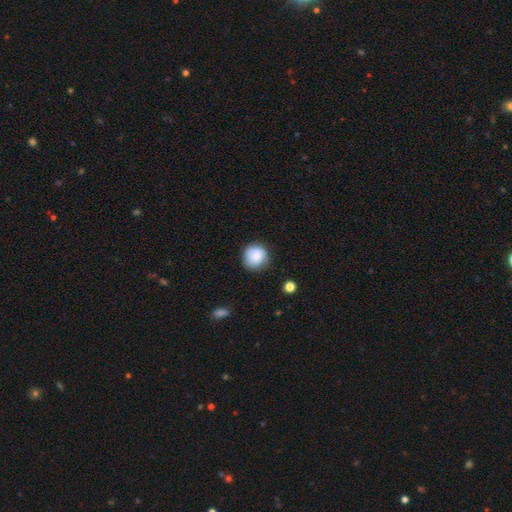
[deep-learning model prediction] Overall: smooth (85%). How rounded: round (91%). Merging: none (80%).